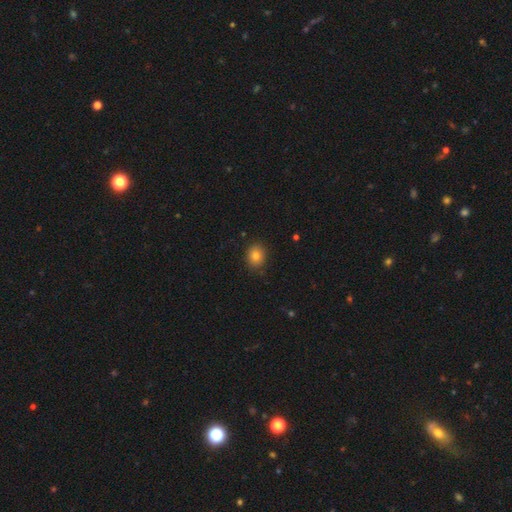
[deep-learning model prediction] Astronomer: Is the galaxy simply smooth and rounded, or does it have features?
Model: smooth — 81%.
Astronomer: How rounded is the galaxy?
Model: round — 64%.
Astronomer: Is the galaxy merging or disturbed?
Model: none — 86%.